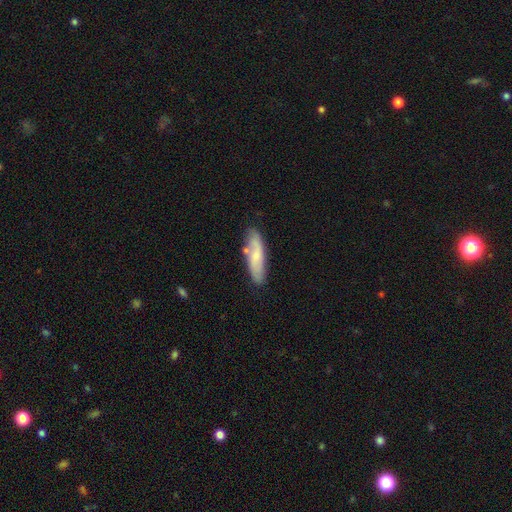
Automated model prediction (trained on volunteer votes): Q: Smooth or featured?
A: smooth (56%); runner-up: featured or disk (38%)
Q: How rounded?
A: cigar-shaped (60%); runner-up: in between (38%)
Q: Merging?
A: none (75%); runner-up: minor disturbance (16%)